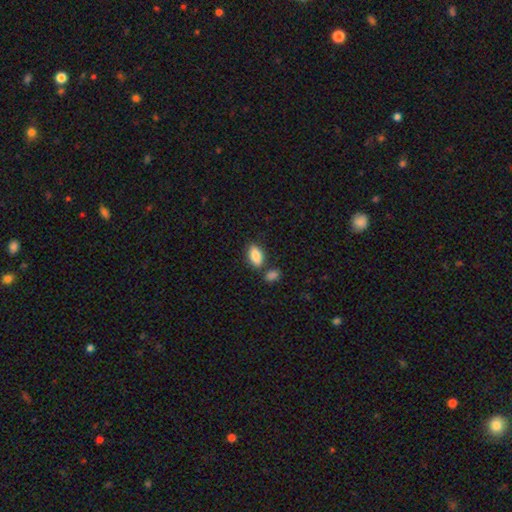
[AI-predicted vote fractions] Smooth or featured?
  - smooth: 87% *
  - star or artifact: 7%
  - featured or disk: 7%
How rounded?
  - in between: 90% *
  - cigar-shaped: 7%
  - round: 4%
Merging?
  - none: 71% *
  - merger: 15%
  - minor disturbance: 12%
  - major disturbance: 3%